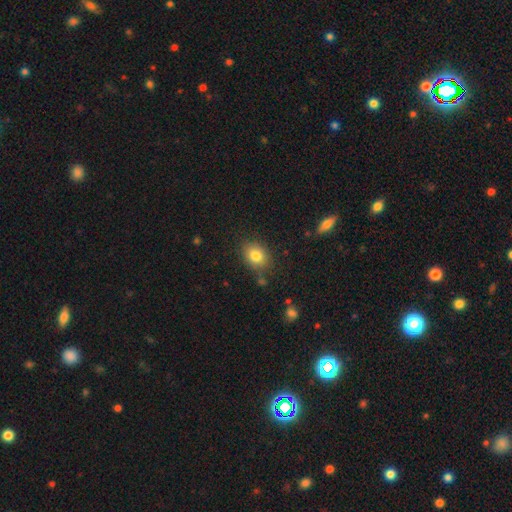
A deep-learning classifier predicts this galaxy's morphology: type=smooth (82%); roundness=in between (62%); merging=none (81%).